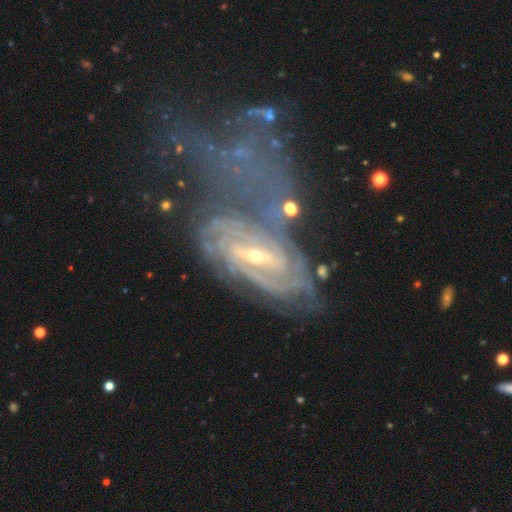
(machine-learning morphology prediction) Q: Smooth or featured?
A: featured or disk (85%); runner-up: star or artifact (8%)
Q: Edge-on disk?
A: no (94%); runner-up: yes (6%)
Q: Bar?
A: weak (42%); runner-up: strong (33%)
Q: Spiral arms?
A: yes (90%); runner-up: no (10%)
Q: Spiral winding?
A: tight (56%); runner-up: medium (31%)
Q: Spiral arm count?
A: can't tell (40%); runner-up: 2 (27%)
Q: Bulge size?
A: small (67%); runner-up: moderate (28%)
Q: Merging?
A: major disturbance (40%); runner-up: none (27%)